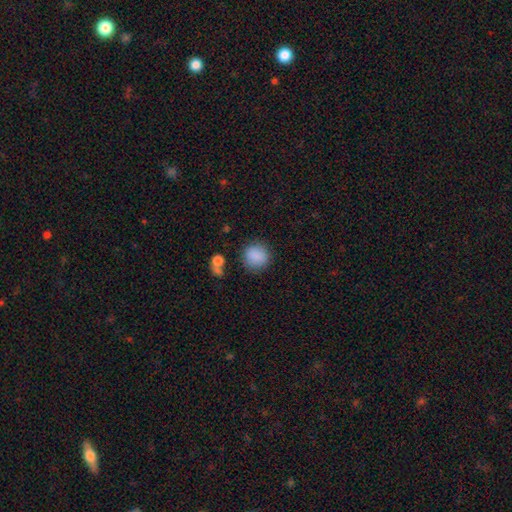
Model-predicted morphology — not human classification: Q: Smooth or featured?
A: smooth (87%); runner-up: star or artifact (9%)
Q: How rounded?
A: round (87%); runner-up: in between (12%)
Q: Merging?
A: none (82%); runner-up: minor disturbance (11%)